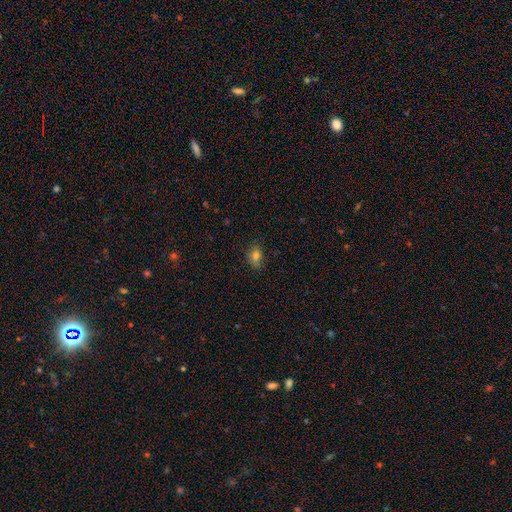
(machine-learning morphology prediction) Q: Smooth or featured?
A: smooth (79%); runner-up: star or artifact (12%)
Q: How rounded?
A: in between (66%); runner-up: round (32%)
Q: Merging?
A: none (78%); runner-up: minor disturbance (18%)